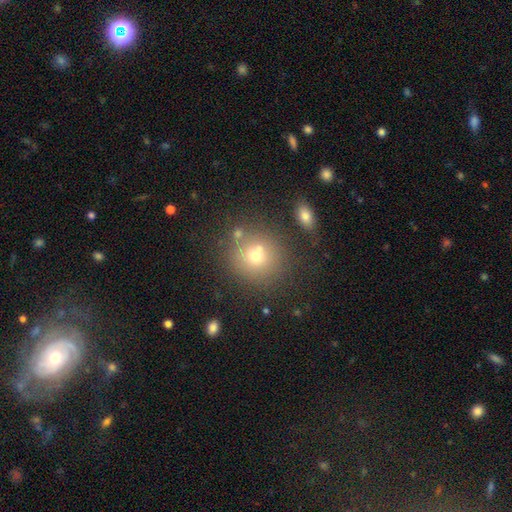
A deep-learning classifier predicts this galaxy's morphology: Smooth or featured: smooth — 67% (star or artifact — 17%)
How rounded: round — 87% (in between — 12%)
Merging: none — 64% (merger — 20%)